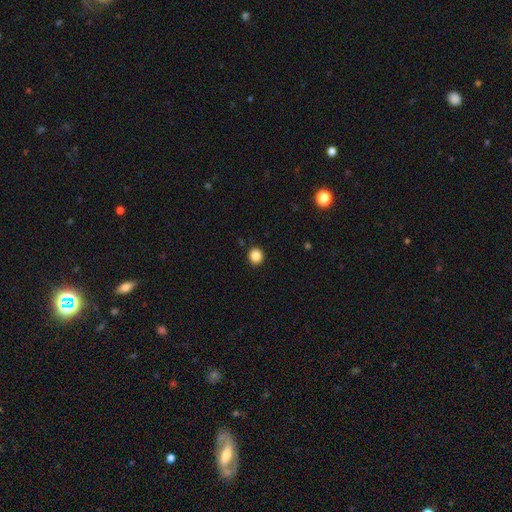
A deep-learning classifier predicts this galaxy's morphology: A smooth galaxy with no disk features (86%) that is round (87%). Merging: none (92%).